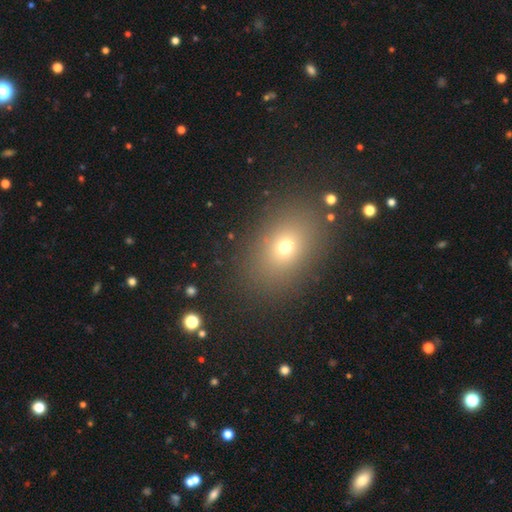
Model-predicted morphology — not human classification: Overall: smooth (61%; star or artifact 29%). How rounded: in between (62%; round 37%). Merging: none (88%).